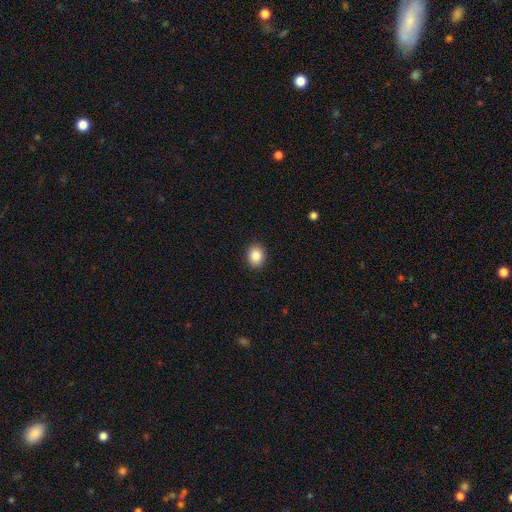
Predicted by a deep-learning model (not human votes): Morphology: type=smooth (86%); roundness=round (59%); merging=none (91%).